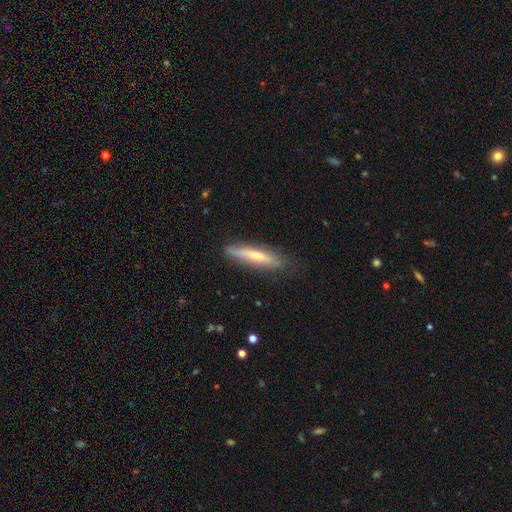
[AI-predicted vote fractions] Smooth or featured? smooth (55%)
How rounded? cigar-shaped (87%)
Merging? none (80%)